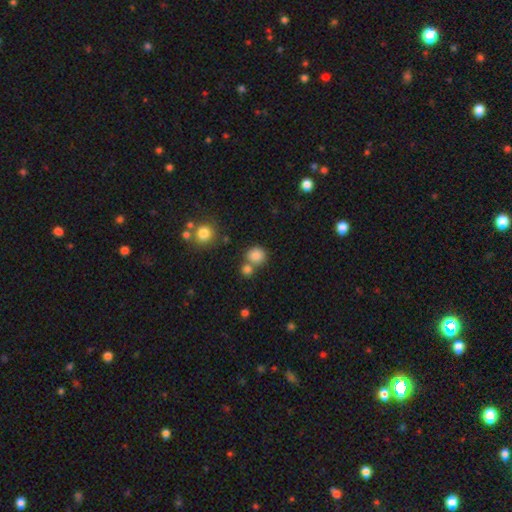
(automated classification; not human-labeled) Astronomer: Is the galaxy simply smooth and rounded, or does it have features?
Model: smooth — 83%.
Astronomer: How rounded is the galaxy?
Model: round — 84%.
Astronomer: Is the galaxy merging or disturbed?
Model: none — 63%.